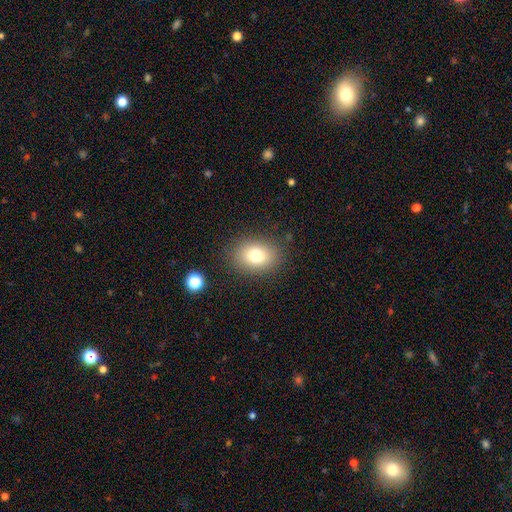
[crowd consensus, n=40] This is likely a smooth galaxy (78%). How rounded: likely in between (71%). Merging: clearly none (86%).